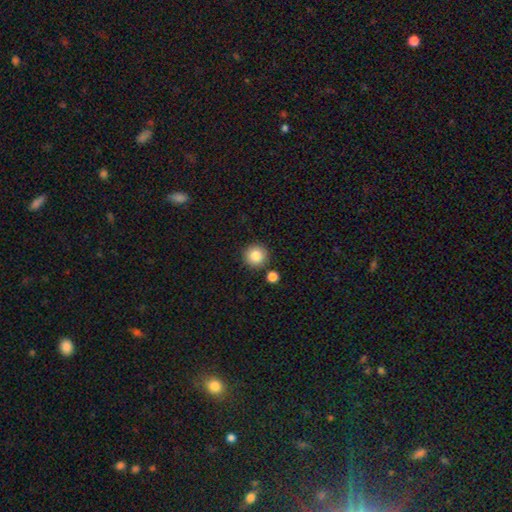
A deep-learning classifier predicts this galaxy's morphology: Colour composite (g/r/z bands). It shows a smooth galaxy with no disk features (85%) that is round (95%). Merging: none (86%).